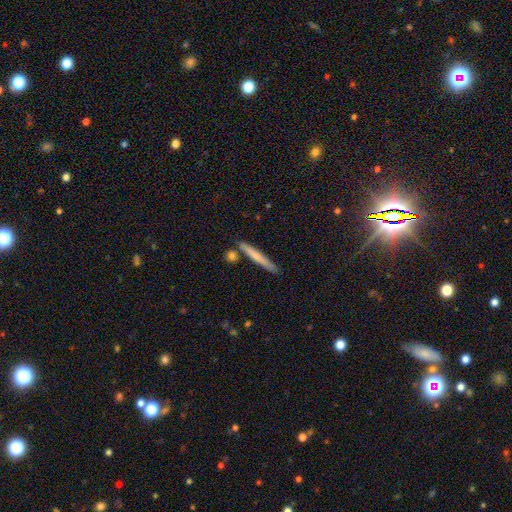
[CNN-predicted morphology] Smooth or featured?
  - smooth: 62% *
  - featured or disk: 32%
  - star or artifact: 6%
How rounded?
  - cigar-shaped: 96% *
  - in between: 3%
  - round: 1%
Merging?
  - none: 82% *
  - minor disturbance: 10%
  - merger: 6%
  - major disturbance: 2%